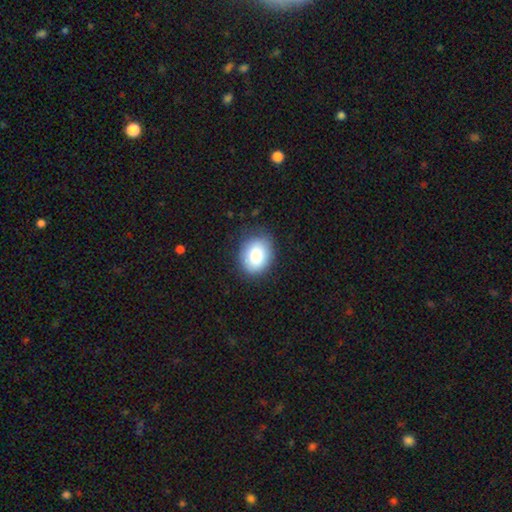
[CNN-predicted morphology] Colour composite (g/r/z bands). It shows a smooth galaxy with no disk features (83%) that is in between round and cigar-shaped (55%). Merging: none (80%).